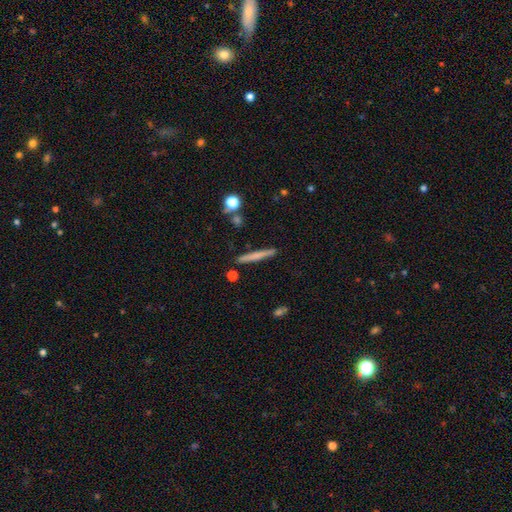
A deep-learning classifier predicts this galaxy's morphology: Smooth or featured? smooth (60%)
How rounded? cigar-shaped (95%)
Merging? none (88%)